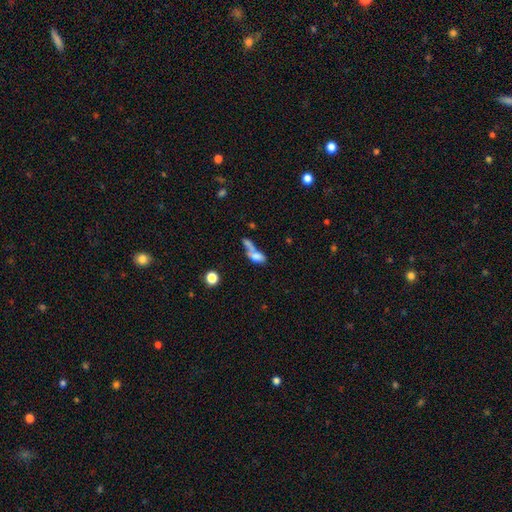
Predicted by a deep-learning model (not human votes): This appears to be a smooth galaxy with no disk features (69%) that is in between round and cigar-shaped (76%). Merging: merger (59%).